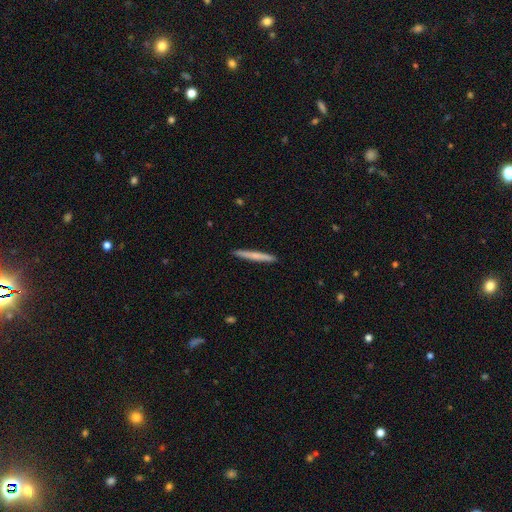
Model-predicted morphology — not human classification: Overall: smooth (63%; featured or disk 32%). How rounded: cigar-shaped (97%). Merging: none (92%).